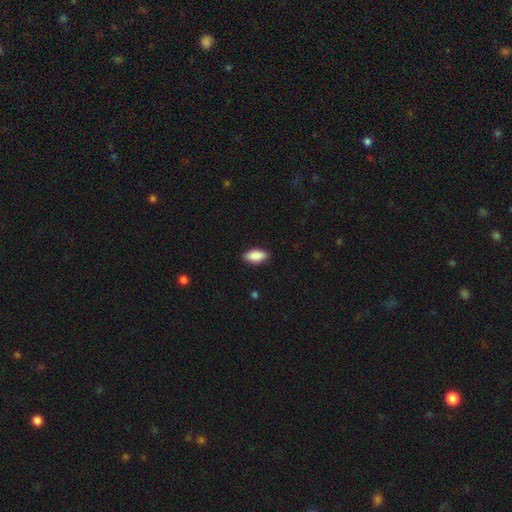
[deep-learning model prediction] Morphology: type=smooth (90%); roundness=in between (92%); merging=none (88%).